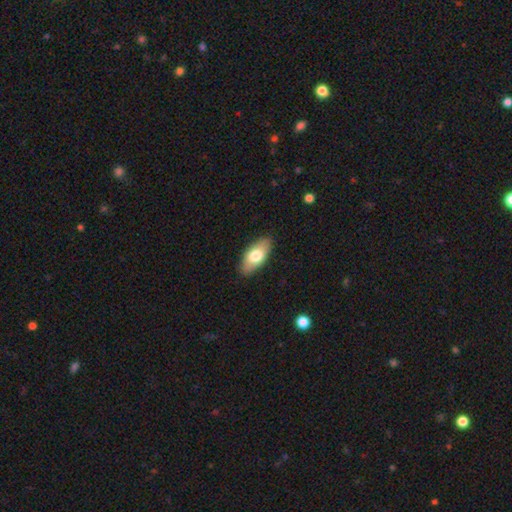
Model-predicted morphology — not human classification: smooth 71%, featured or disk 23%, star or artifact 6%. Down the decision tree: how rounded — in between (88%); merging — none (87%).